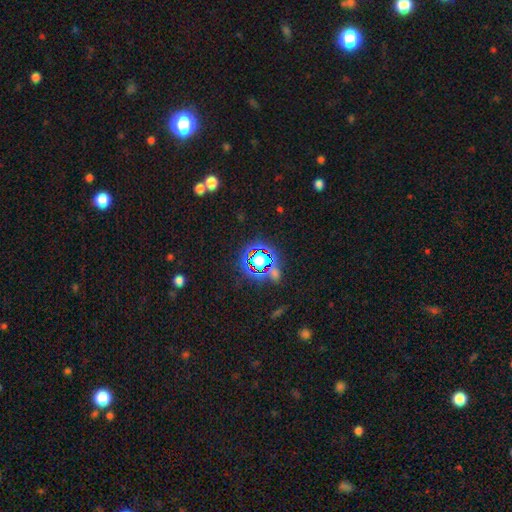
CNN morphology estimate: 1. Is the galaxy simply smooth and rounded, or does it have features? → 71% star or artifact, 19% smooth, 10% featured or disk.